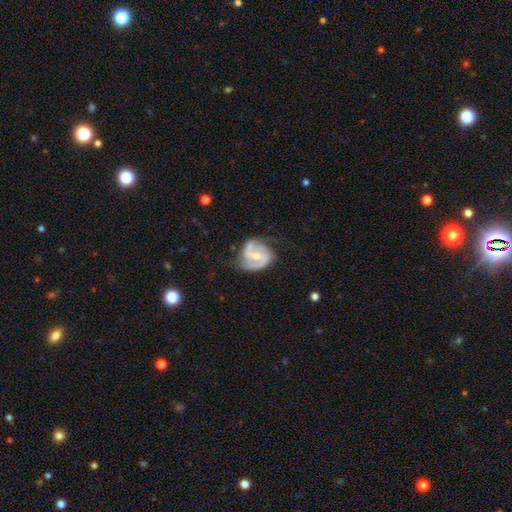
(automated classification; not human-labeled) This appears to be a featured or disk galaxy (82%) with a weak bar (50%), 2 (86%) medium (51%) spiral arms (93%) and a small central bulge (48%). Merging: none (59%).